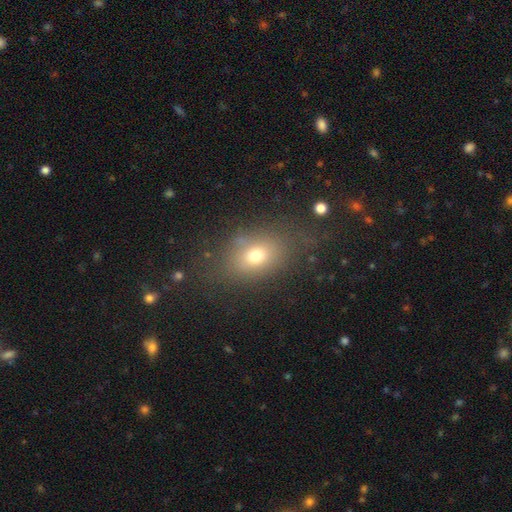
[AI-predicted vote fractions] This appears to be a smooth galaxy with no disk features (70%) that is in between round and cigar-shaped (66%). Merging: none (69%).